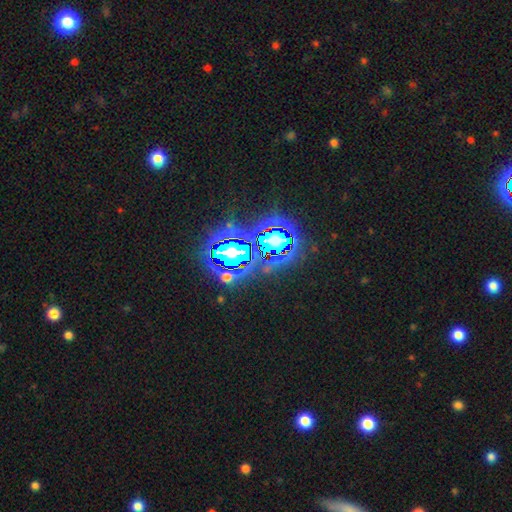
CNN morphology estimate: This is clearly a star or artifact rather than a galaxy (83%).